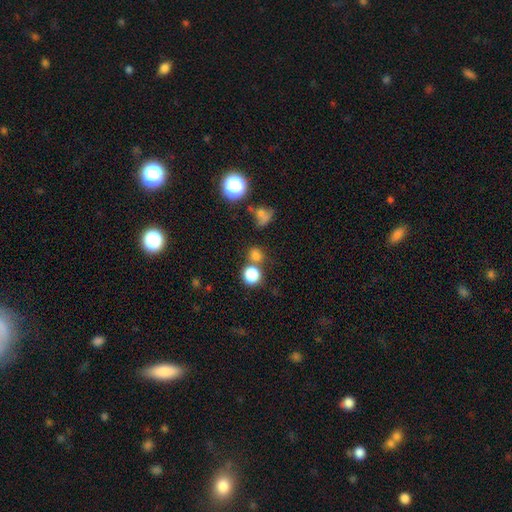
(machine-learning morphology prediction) smooth-or-featured: smooth: 75% | star or artifact: 19% | featured or disk: 6%
  how-rounded: round: 83% | in between: 16% | cigar-shaped: 1%
  merging: none: 63% | merger: 24% | minor disturbance: 9% | major disturbance: 5%